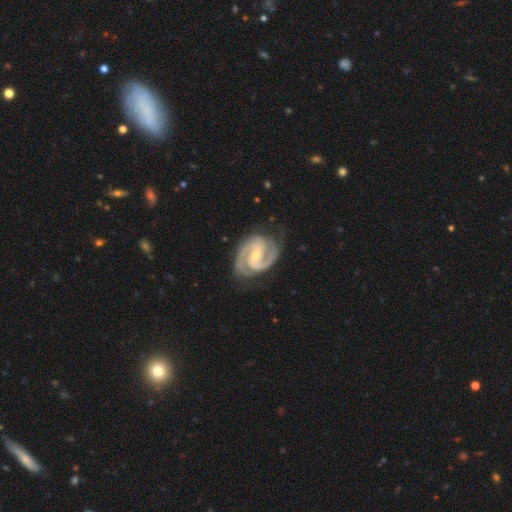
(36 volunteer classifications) A featured or disk galaxy (94%) with a weak bar (44%), 2 (87%) medium (52%) spiral arms (97%) and a small central bulge (75%). Merging: none (63%).